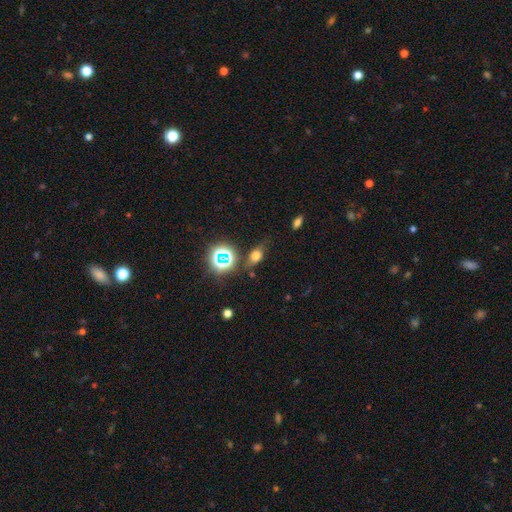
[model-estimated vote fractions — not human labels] Smooth or featured?
  - smooth: 62% *
  - star or artifact: 25%
  - featured or disk: 13%
How rounded?
  - in between: 67% *
  - round: 27%
  - cigar-shaped: 6%
Merging?
  - none: 72% *
  - minor disturbance: 18%
  - major disturbance: 6%
  - merger: 5%